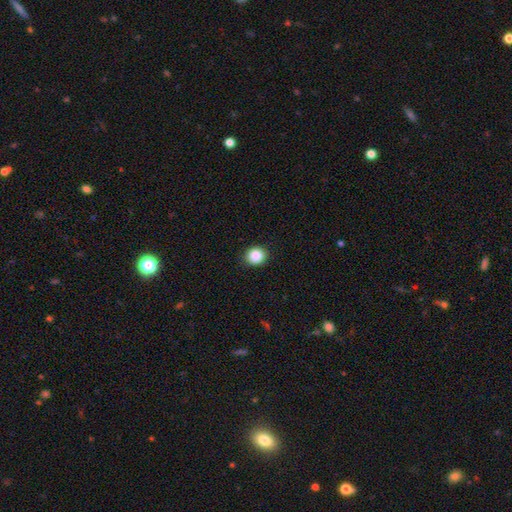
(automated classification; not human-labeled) A smooth galaxy with no disk features (88%) that is round (83%).

Vote fractions:
- Smooth or featured? smooth: 88% / star or artifact: 9% / featured or disk: 3%
- How rounded? round: 83% / in between: 16% / cigar-shaped: 1%
- Merging? none: 91% / minor disturbance: 6% / major disturbance: 2% / merger: 1%